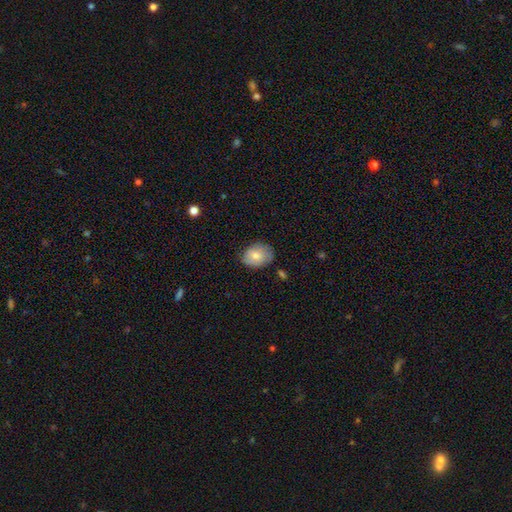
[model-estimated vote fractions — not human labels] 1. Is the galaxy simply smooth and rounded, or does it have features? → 76% smooth, 17% featured or disk, 7% star or artifact.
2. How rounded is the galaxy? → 63% in between, 36% round, 1% cigar-shaped.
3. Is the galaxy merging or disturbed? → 68% none, 25% minor disturbance, 5% major disturbance, 2% merger.